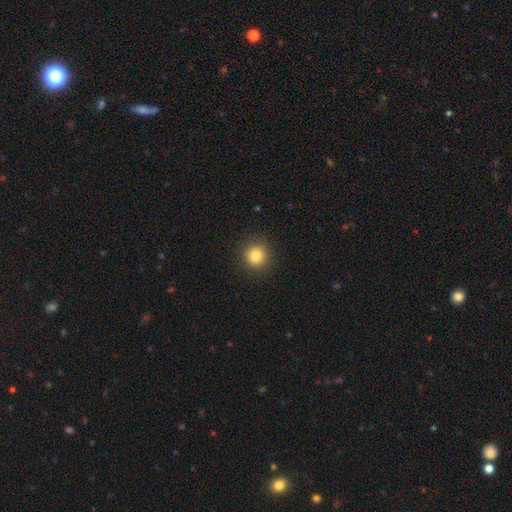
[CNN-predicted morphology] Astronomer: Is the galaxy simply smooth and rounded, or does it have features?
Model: smooth — 84%.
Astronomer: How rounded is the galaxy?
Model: round — 94%.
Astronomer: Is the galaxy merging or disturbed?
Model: none — 91%.